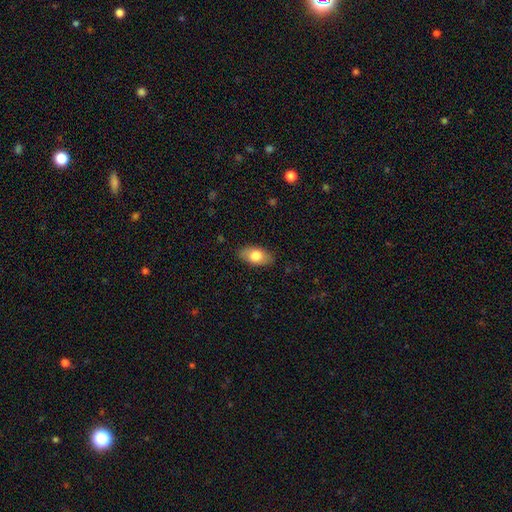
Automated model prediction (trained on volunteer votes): Smooth or featured: smooth — 75% (featured or disk — 18%)
How rounded: in between — 92% (round — 5%)
Merging: none — 85% (minor disturbance — 11%)